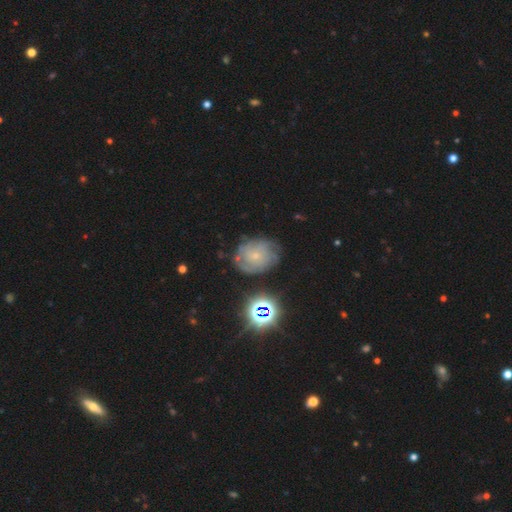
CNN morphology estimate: smooth_or_featured: featured or disk (p=0.61) [alt: smooth p=0.24]
disk_edge_on: no (p=0.97) [alt: yes p=0.03]
bar: no (p=0.77) [alt: weak p=0.19]
has_spiral_arms: yes (p=0.84) [alt: no p=0.16]
bulge_size: small (p=0.77) [alt: moderate p=0.15]
merging: none (p=0.67) [alt: minor disturbance p=0.21]